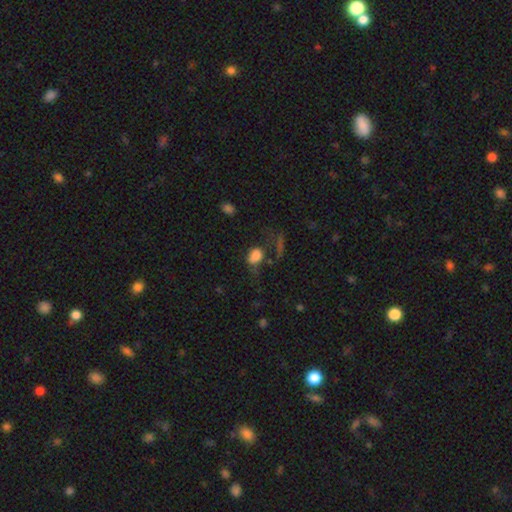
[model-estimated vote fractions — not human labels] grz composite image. It shows a smooth galaxy with no disk features (76%) that is in between round and cigar-shaped (64%). Merging: none (40%).